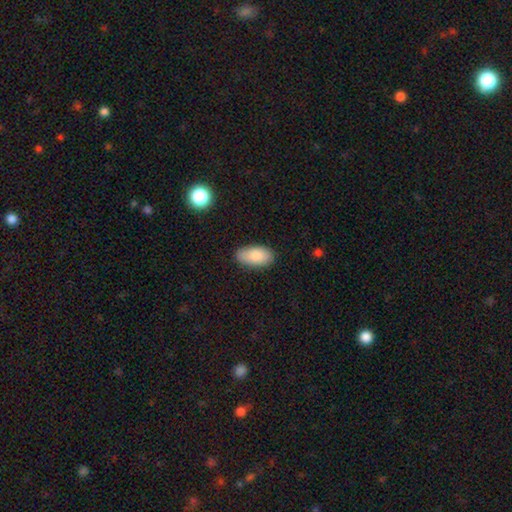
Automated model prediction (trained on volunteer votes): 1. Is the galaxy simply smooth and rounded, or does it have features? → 87% smooth, 6% star or artifact, 6% featured or disk.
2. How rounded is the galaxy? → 94% in between, 4% cigar-shaped, 2% round.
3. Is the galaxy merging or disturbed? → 84% none, 13% minor disturbance, 3% major disturbance, 1% merger.